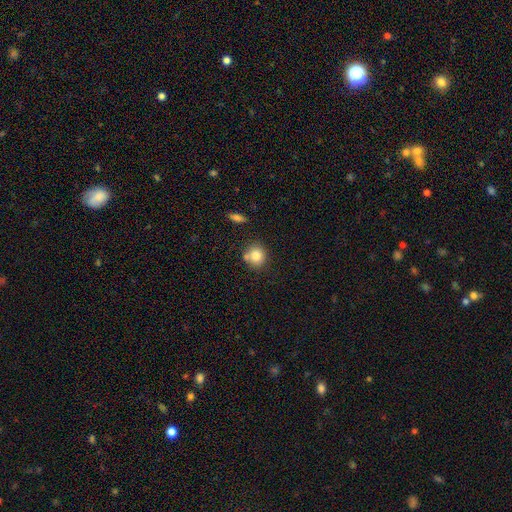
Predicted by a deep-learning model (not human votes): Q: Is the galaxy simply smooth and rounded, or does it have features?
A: smooth — 80%.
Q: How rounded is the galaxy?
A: round — 82%.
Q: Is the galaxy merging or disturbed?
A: none — 66%.